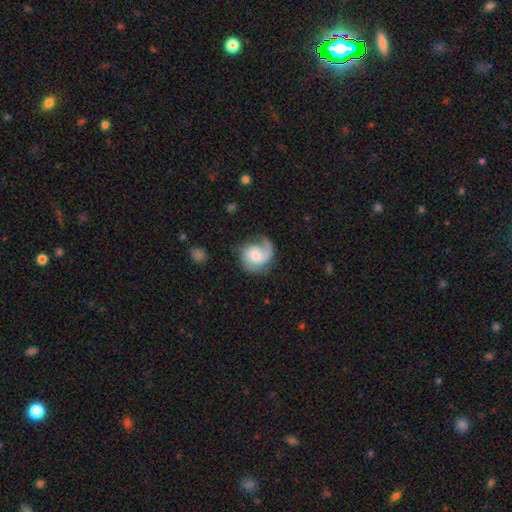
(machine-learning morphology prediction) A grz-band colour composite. It shows a featured or disk galaxy (66%) with no bar (66%), 1 (60%) medium (40%) spiral arms (92%) and a moderate central bulge (47%). Merging: none (52%).